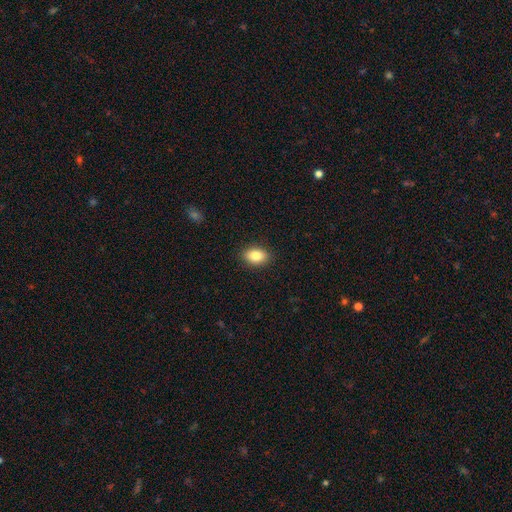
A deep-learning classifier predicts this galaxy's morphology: Smooth or featured? smooth (85%)
How rounded? in between (82%)
Merging? none (90%)